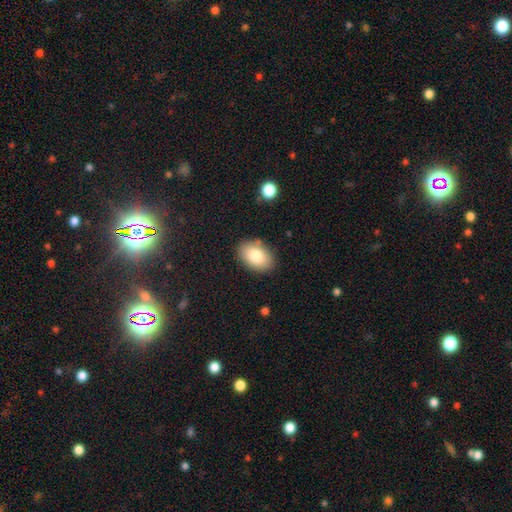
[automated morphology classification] Smooth or featured: smooth — 84% (featured or disk — 9%)
How rounded: in between — 89% (round — 10%)
Merging: none — 85% (minor disturbance — 11%)